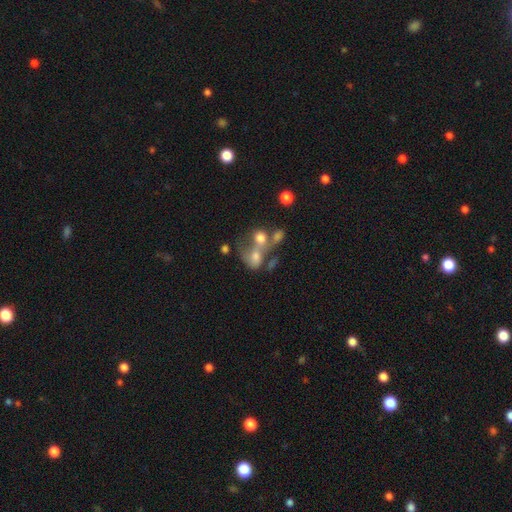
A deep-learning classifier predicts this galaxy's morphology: Overall: smooth (45%; featured or disk 35%). Merging: merger (58%; none 20%).